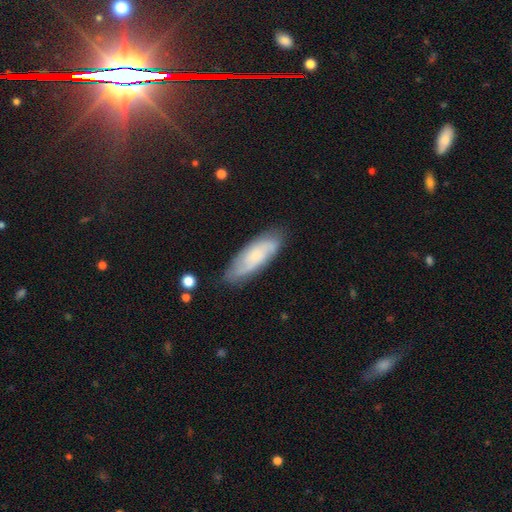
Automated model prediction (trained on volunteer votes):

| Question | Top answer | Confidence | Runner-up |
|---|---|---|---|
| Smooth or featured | featured or disk | 51% | smooth (42%) |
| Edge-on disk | no | 84% | yes (16%) |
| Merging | none | 79% | minor disturbance (16%) |